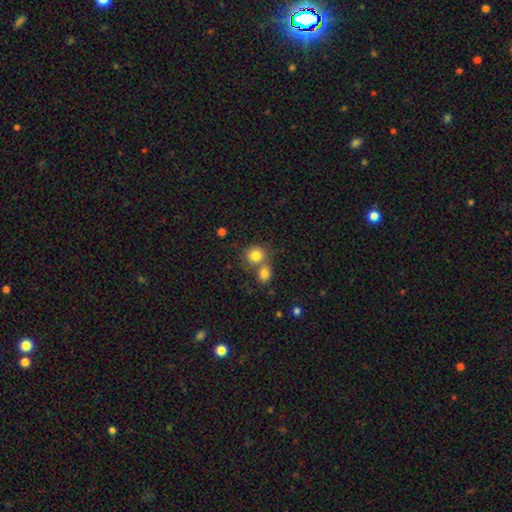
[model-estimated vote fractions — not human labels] Morphology: type=smooth (81%); roundness=round (80%); merging=merger (45%).